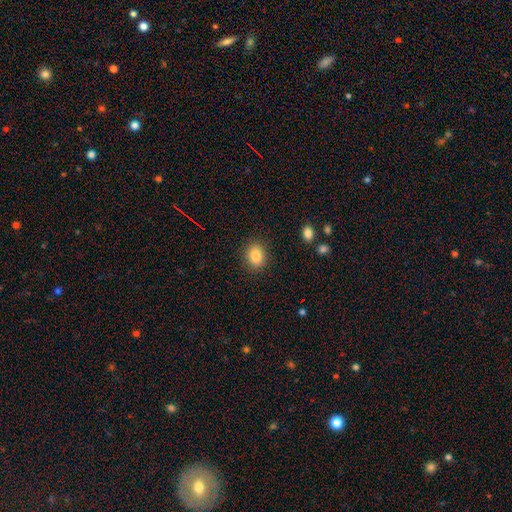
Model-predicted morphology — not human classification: Smooth or featured?
  - smooth: 85% *
  - star or artifact: 9%
  - featured or disk: 6%
How rounded?
  - in between: 53% *
  - round: 46%
  - cigar-shaped: 1%
Merging?
  - none: 88% *
  - minor disturbance: 8%
  - major disturbance: 3%
  - merger: 1%